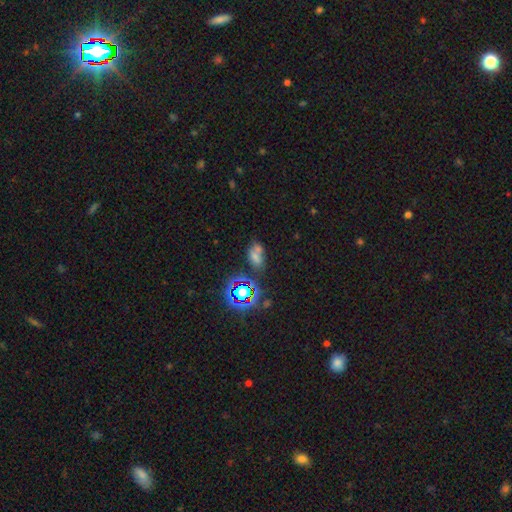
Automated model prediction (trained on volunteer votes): A smooth galaxy with no disk features (54%) that is in between round and cigar-shaped (78%). Merging: none (41%).